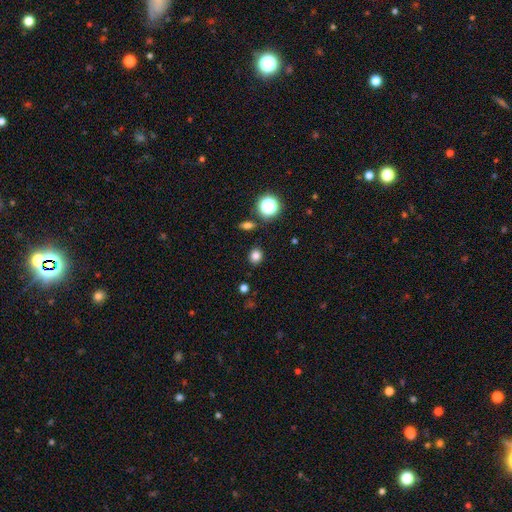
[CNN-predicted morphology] Smooth or featured? smooth (80%)
How rounded? round (70%)
Merging? none (87%)